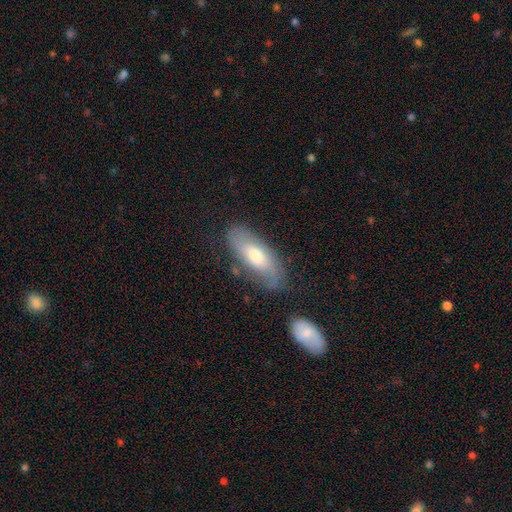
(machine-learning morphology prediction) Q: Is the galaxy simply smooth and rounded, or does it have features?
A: smooth — 52%.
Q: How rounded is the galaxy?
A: in between — 76%.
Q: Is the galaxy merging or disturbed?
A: none — 68%.